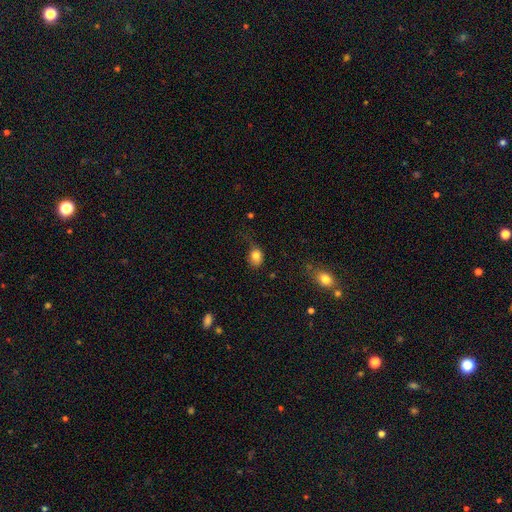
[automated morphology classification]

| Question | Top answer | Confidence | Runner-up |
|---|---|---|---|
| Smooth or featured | smooth | 81% | star or artifact (11%) |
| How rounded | in between | 50% | round (48%) |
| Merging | none | 46% | minor disturbance (32%) |